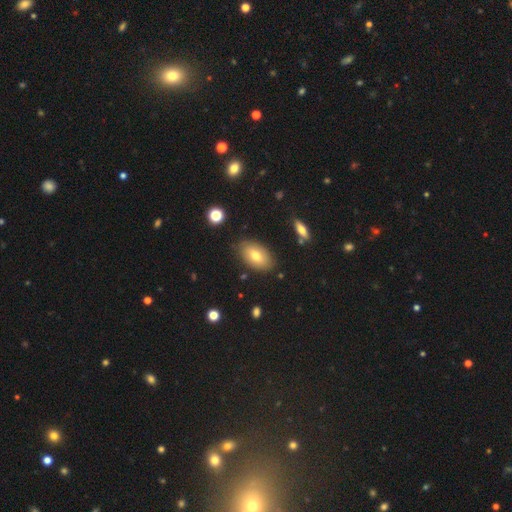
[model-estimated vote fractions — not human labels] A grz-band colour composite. It shows a smooth galaxy with no disk features (71%) that is in between round and cigar-shaped (92%). Merging: none (82%).